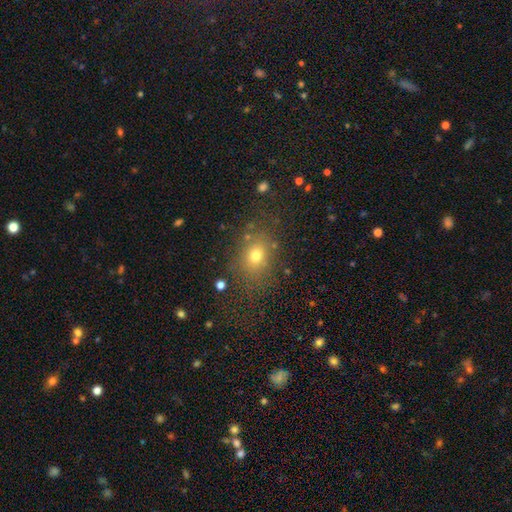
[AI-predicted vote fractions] Smooth or featured? smooth (71%)
How rounded? in between (54%)
Merging? none (76%)